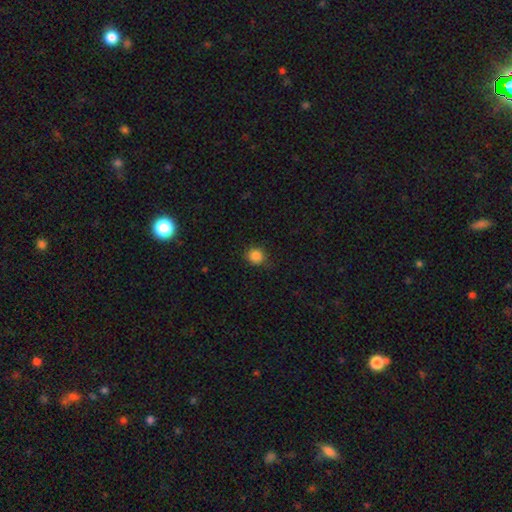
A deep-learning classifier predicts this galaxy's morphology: Smooth or featured? Predicted: smooth (p=0.85). How rounded? Predicted: round (p=0.87). Merging? Predicted: none (p=0.84).